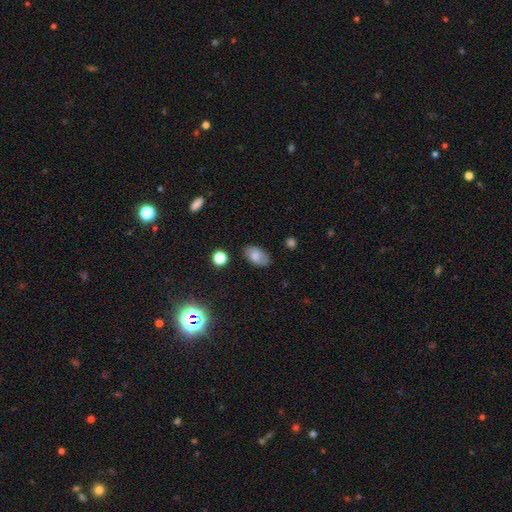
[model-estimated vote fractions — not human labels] This appears to be a smooth galaxy with no disk features (80%) that is in between round and cigar-shaped (92%). Merging: none (80%).